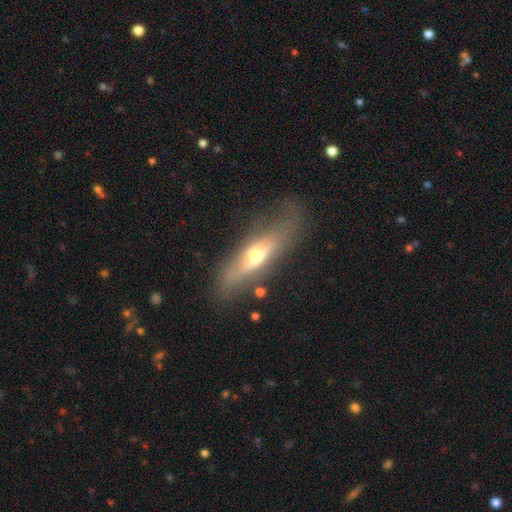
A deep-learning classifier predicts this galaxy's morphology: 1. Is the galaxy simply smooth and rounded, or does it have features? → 52% featured or disk, 41% smooth, 7% star or artifact.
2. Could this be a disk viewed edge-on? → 67% yes, 33% no.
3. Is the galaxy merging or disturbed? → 62% none, 22% minor disturbance, 13% major disturbance, 3% merger.